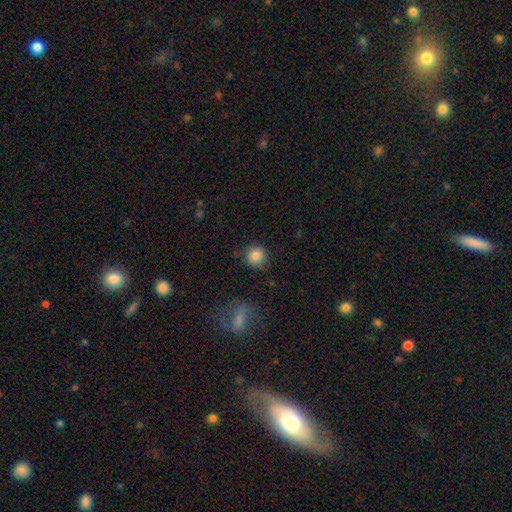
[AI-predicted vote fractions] A smooth galaxy with no disk features (86%) that is round (86%). Merging: none (81%).